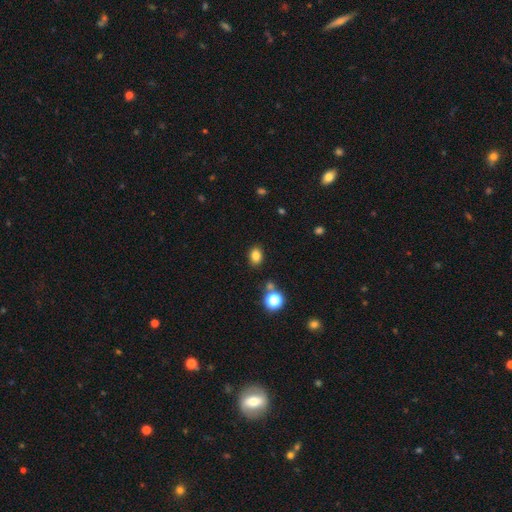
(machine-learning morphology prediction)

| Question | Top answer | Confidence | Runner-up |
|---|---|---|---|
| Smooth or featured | smooth | 81% | star or artifact (13%) |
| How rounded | in between | 68% | round (31%) |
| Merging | none | 85% | minor disturbance (9%) |